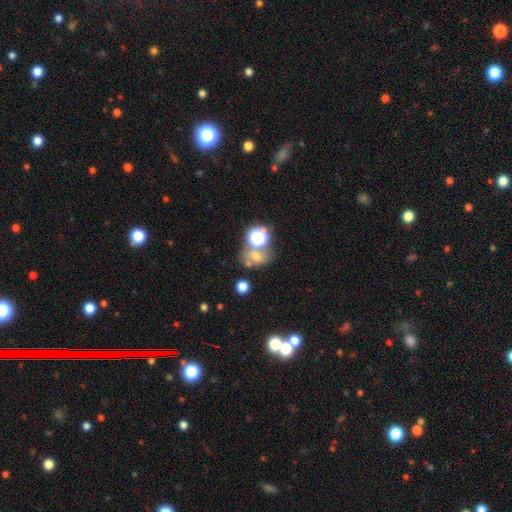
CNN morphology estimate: This appears to be a smooth galaxy with no disk features (44%). Merging: none (54%).